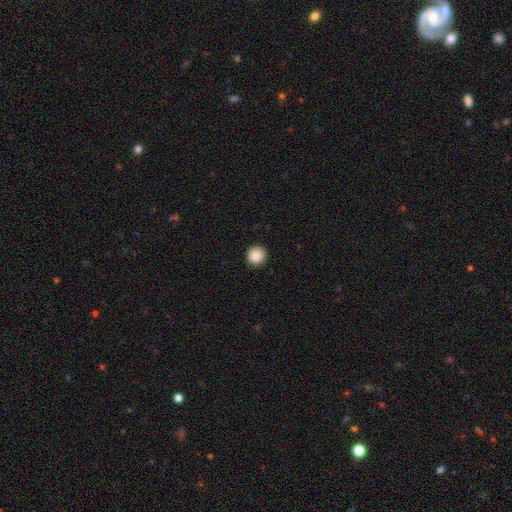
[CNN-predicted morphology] Q: Smooth or featured?
A: smooth (88%); runner-up: star or artifact (9%)
Q: How rounded?
A: round (93%); runner-up: in between (6%)
Q: Merging?
A: none (91%); runner-up: minor disturbance (6%)